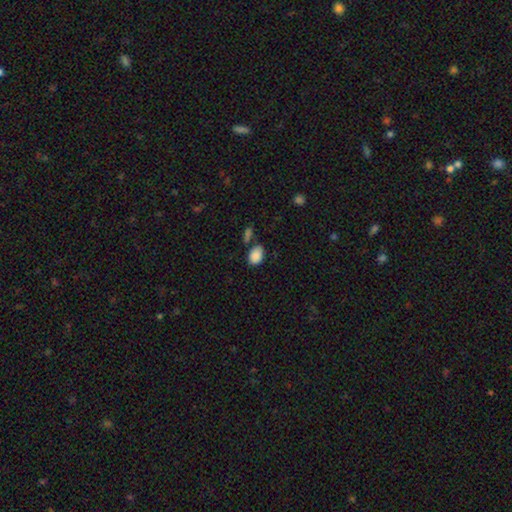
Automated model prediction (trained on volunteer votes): Smooth or featured? Predicted: smooth (p=0.87). How rounded? Predicted: in between (p=0.79). Merging? Predicted: none (p=0.65).